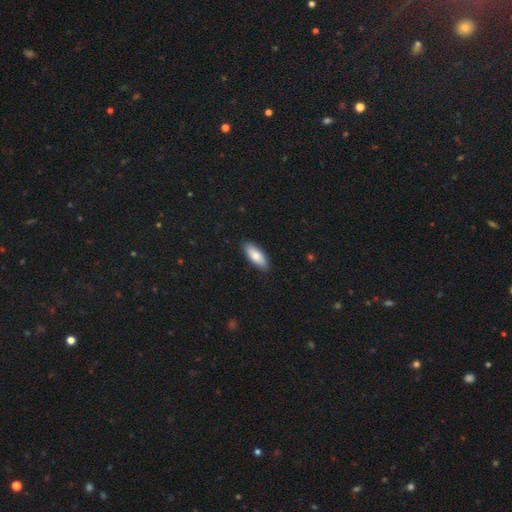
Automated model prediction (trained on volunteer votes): Overall: smooth (81%). How rounded: in between (75%). Merging: none (89%).